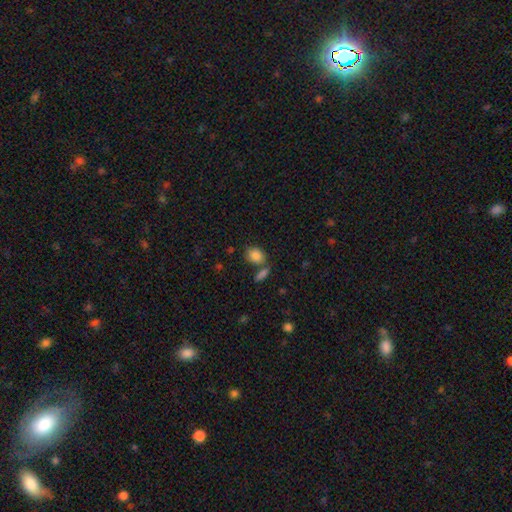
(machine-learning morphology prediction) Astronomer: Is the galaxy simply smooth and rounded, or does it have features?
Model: smooth — 85%.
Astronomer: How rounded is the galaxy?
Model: in between — 65%.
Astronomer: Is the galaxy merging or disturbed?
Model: none — 60%.